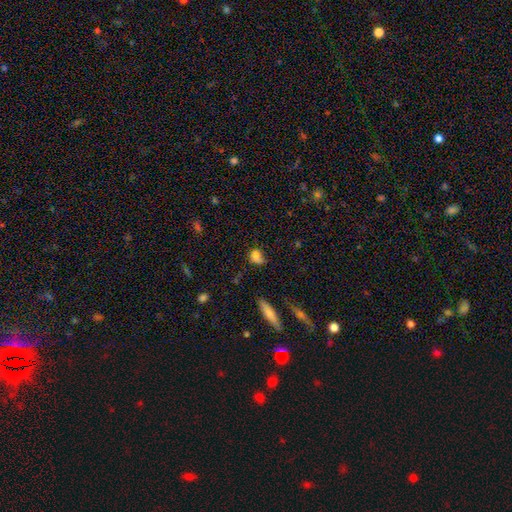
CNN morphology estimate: A smooth galaxy with no disk features (74%) that is in between round and cigar-shaped (52%).

Vote fractions:
- Smooth or featured? smooth: 74% / featured or disk: 14% / star or artifact: 13%
- How rounded? in between: 52% / round: 45% / cigar-shaped: 4%
- Merging? none: 42% / minor disturbance: 29% / major disturbance: 19% / merger: 11%